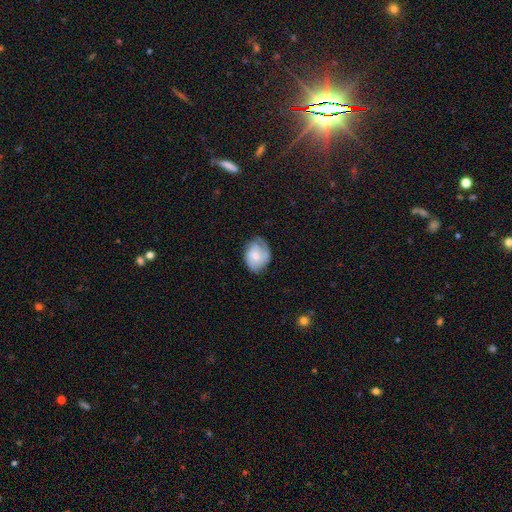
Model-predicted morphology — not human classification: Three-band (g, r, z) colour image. It shows a smooth galaxy with no disk features (52%) that is in between round and cigar-shaped (60%). Merging: none (59%).